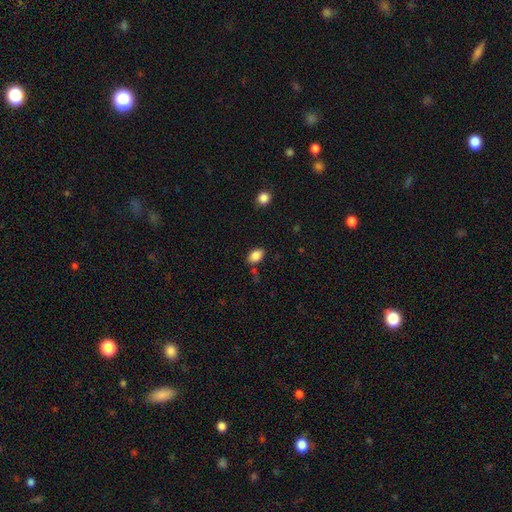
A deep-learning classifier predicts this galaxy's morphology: smooth-or-featured: smooth: 86% | star or artifact: 9% | featured or disk: 5%
  how-rounded: in between: 86% | round: 13% | cigar-shaped: 1%
  merging: none: 75% | minor disturbance: 16% | merger: 6% | major disturbance: 4%